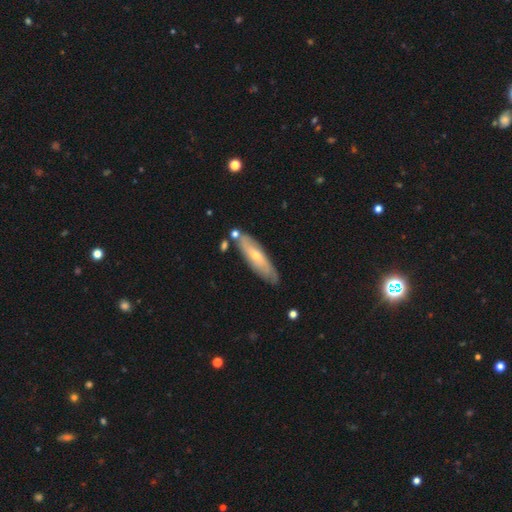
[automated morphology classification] Smooth or featured? Predicted: featured or disk (p=0.52). Edge-on disk? Predicted: no (p=0.61). Merging? Predicted: none (p=0.74).